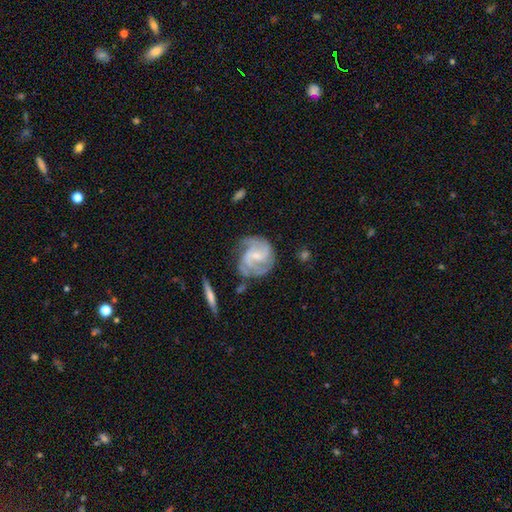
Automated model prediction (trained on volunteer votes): This is clearly a featured or disk galaxy (86%). It is clearly not viewed edge-on (98%). Bar: possibly weak (51%). Spiral arm pattern: clearly yes (96%). Spiral arm count: marginally 2 (42%). Spiral winding: possibly medium (49%). Central bulge: likely small (64%). Merging: likely none (63%).